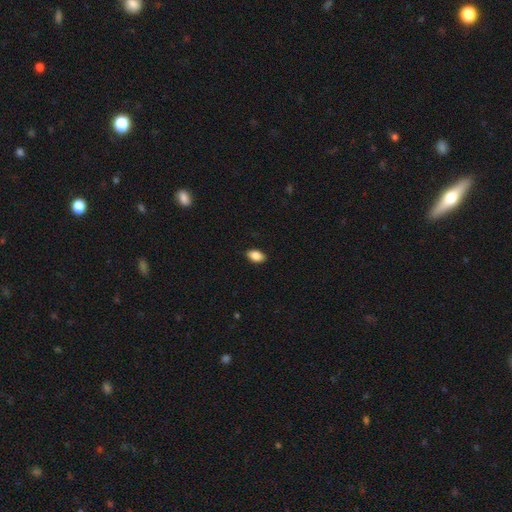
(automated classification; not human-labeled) smooth_or_featured: smooth (p=0.87) [alt: star or artifact p=0.07]
how_rounded: in between (p=0.91) [alt: round p=0.06]
merging: none (p=0.88) [alt: minor disturbance p=0.09]